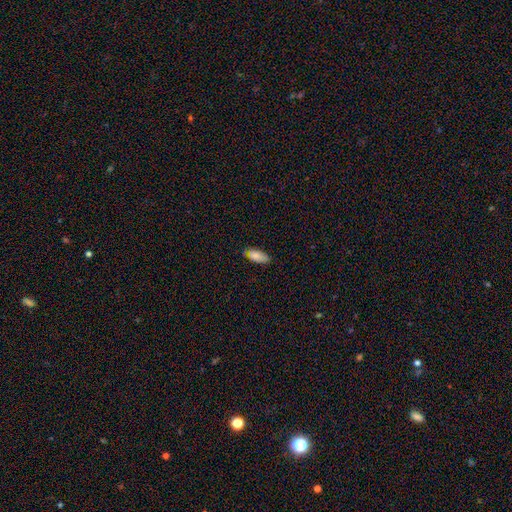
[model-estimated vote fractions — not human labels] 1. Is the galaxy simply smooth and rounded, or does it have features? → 85% smooth, 7% featured or disk, 7% star or artifact.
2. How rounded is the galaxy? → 85% in between, 13% cigar-shaped, 2% round.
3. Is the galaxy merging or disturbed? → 72% none, 23% minor disturbance, 4% major disturbance, 2% merger.